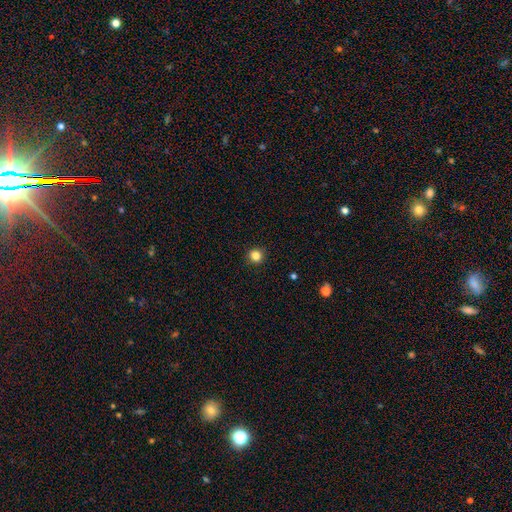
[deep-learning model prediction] Overall: smooth (84%). How rounded: round (94%). Merging: none (92%).